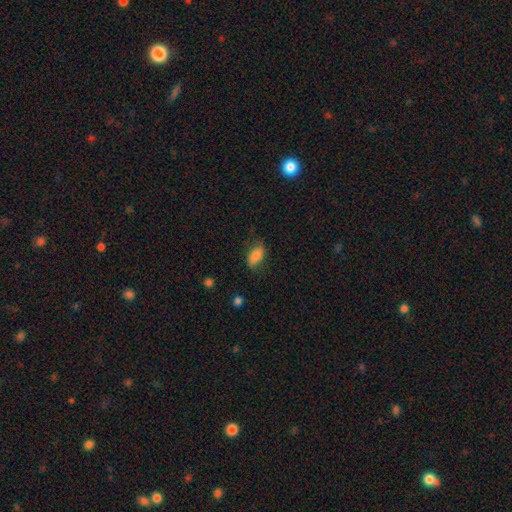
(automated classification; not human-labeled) Smooth or featured: smooth — 80% (featured or disk — 12%)
How rounded: in between — 91% (cigar-shaped — 5%)
Merging: none — 72% (minor disturbance — 21%)